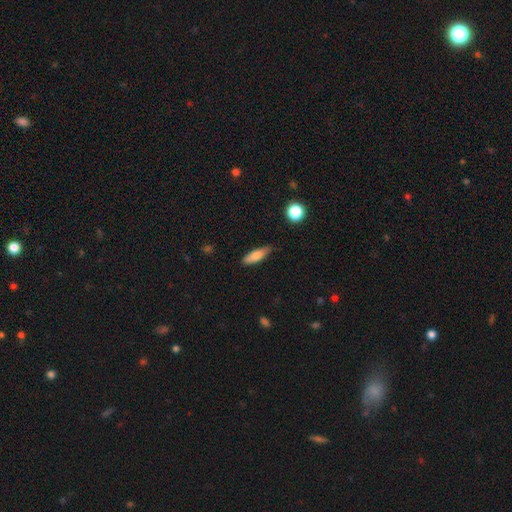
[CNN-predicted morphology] This appears to be a smooth galaxy with no disk features (77%) that is cigar-shaped (55%). Merging: none (72%).